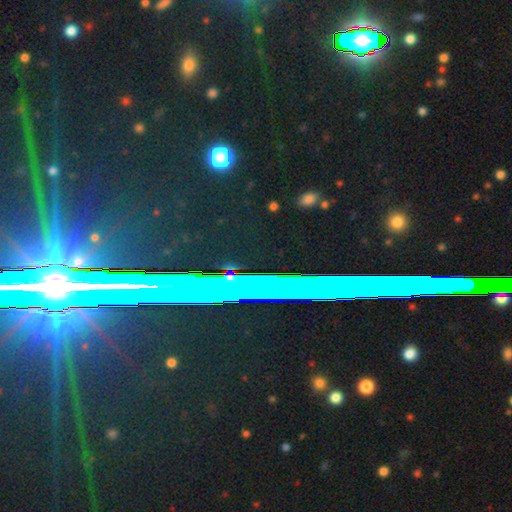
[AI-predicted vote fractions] A star or artifact, not a galaxy (79%).